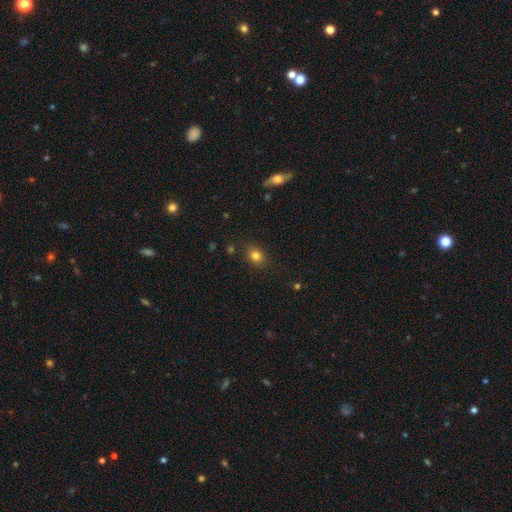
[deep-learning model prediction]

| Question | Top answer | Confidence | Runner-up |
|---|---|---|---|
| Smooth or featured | smooth | 81% | star or artifact (12%) |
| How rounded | in between | 52% | round (47%) |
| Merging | none | 86% | minor disturbance (10%) |